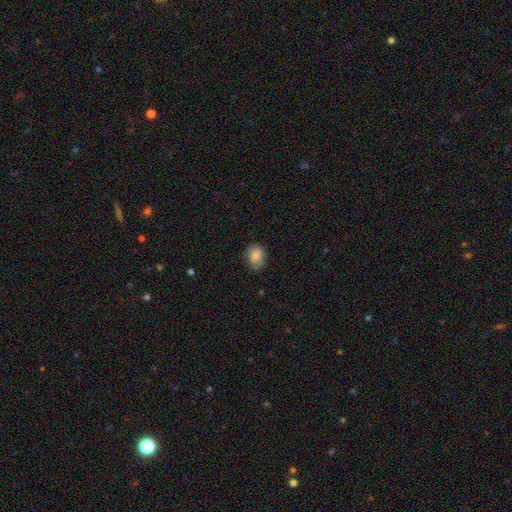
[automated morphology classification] The model was most divided on "how rounded": round: 56%, in between: 43%, cigar-shaped: 1%. More confident: smooth or featured — smooth (84%); merging — none (75%).